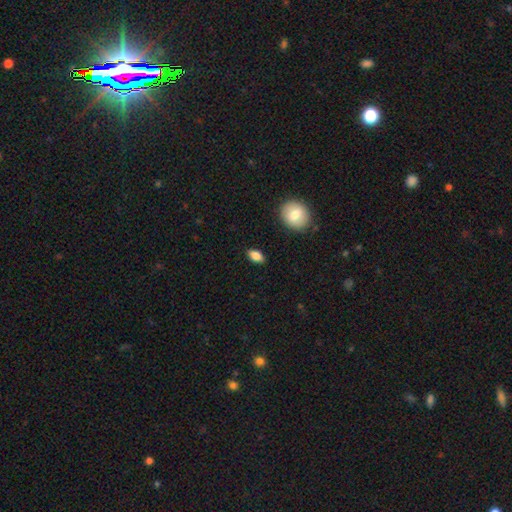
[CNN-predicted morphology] Smooth or featured?
  - smooth: 84% *
  - star or artifact: 8%
  - featured or disk: 8%
How rounded?
  - in between: 88% *
  - round: 8%
  - cigar-shaped: 5%
Merging?
  - none: 87% *
  - minor disturbance: 9%
  - major disturbance: 2%
  - merger: 1%